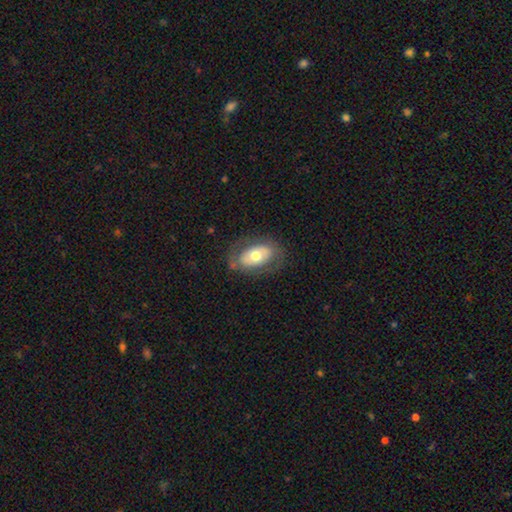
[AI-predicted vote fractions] smooth-or-featured: smooth: 53% | featured or disk: 41% | star or artifact: 6%
  how-rounded: in between: 90% | round: 8% | cigar-shaped: 2%
  merging: none: 75% | minor disturbance: 16% | major disturbance: 8% | merger: 1%